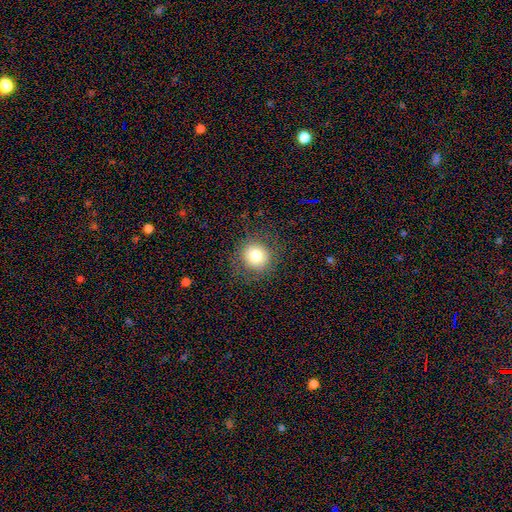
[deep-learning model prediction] A smooth galaxy with no disk features (75%) that is round (89%).

Vote fractions:
- Smooth or featured? smooth: 75% / star or artifact: 13% / featured or disk: 12%
- How rounded? round: 89% / in between: 10% / cigar-shaped: 1%
- Merging? none: 83% / minor disturbance: 10% / major disturbance: 5% / merger: 1%